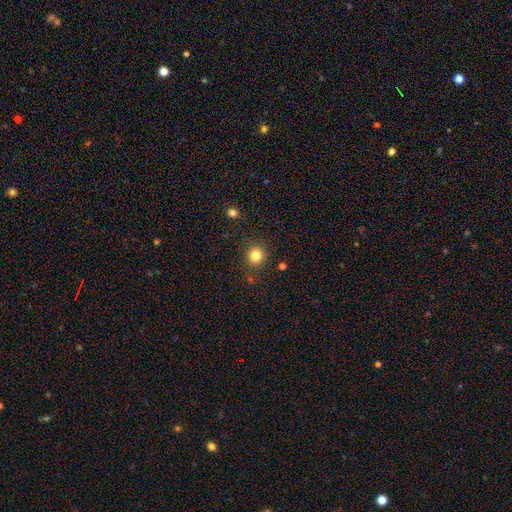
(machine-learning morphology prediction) smooth 82%, star or artifact 12%, featured or disk 6%. Down the decision tree: how rounded — round (91%); merging — none (87%).